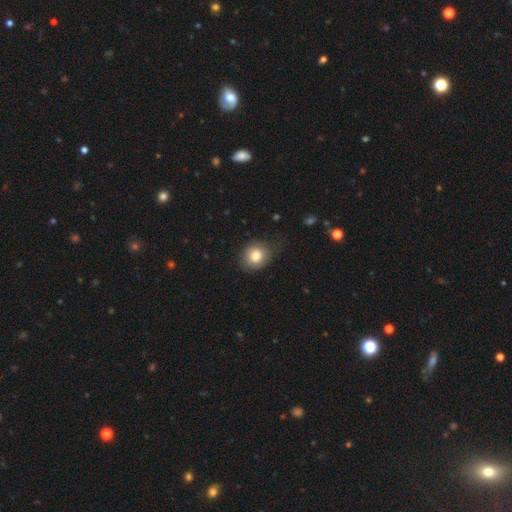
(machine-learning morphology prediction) Q: Smooth or featured?
A: smooth (82%); runner-up: featured or disk (9%)
Q: How rounded?
A: round (68%); runner-up: in between (31%)
Q: Merging?
A: none (74%); runner-up: minor disturbance (20%)